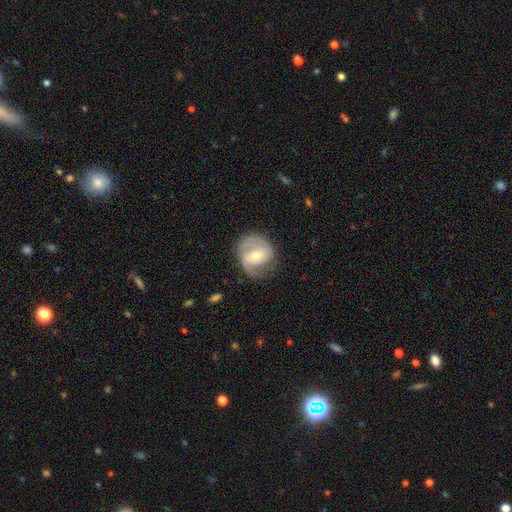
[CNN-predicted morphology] Overall: featured or disk (77%). Edge-on disk: no (97%). Bar: weak (43%; no 36%). Spiral arms: yes (92%). Spiral arm count: 2 (78%). Spiral winding: medium (47%; tight 27%). Bulge size: moderate (48%, tied with small). Merging: none (68%).